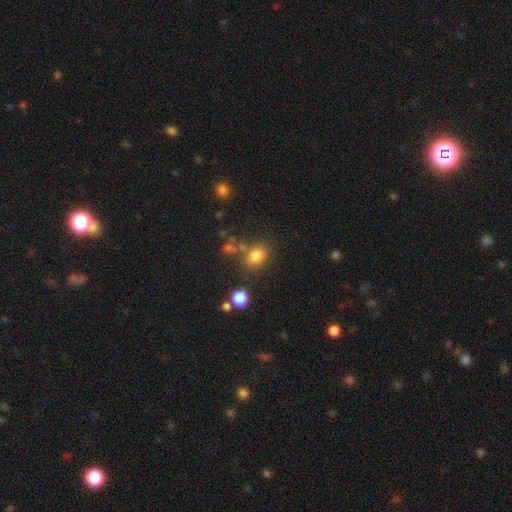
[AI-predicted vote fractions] A smooth galaxy with no disk features (80%) that is in between round and cigar-shaped (53%). Merging: none (67%).